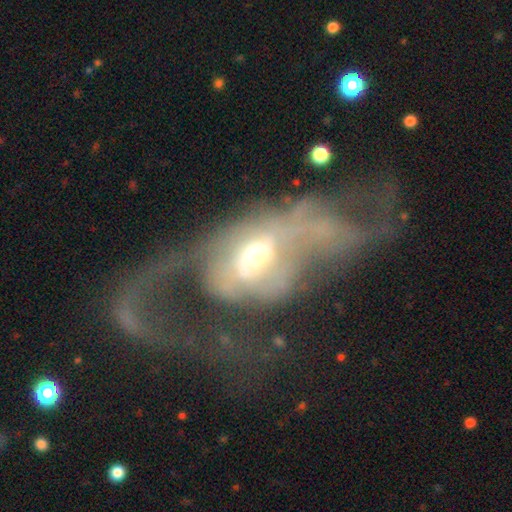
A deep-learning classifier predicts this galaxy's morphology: Smooth or featured: featured or disk — 64% (smooth — 24%)
Edge-on disk: no — 91% (yes — 9%)
Bar: no — 65% (weak — 25%)
Spiral arms: no — 60% (yes — 40%)
Bulge size: moderate — 62% (small — 23%)
Merging: major disturbance — 54% (merger — 28%)